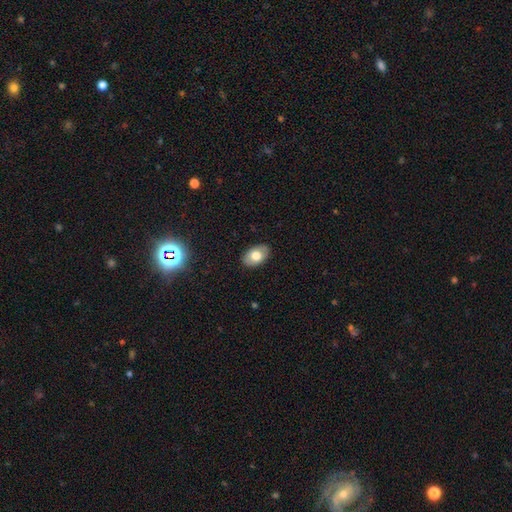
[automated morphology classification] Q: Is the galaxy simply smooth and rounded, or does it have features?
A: smooth — 72%.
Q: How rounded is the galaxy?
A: in between — 89%.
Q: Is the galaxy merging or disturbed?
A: none — 87%.